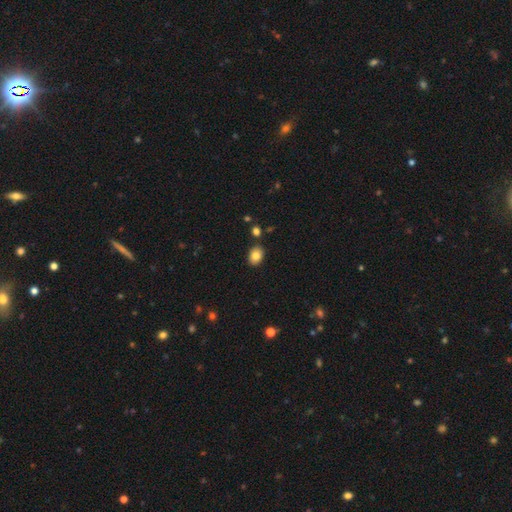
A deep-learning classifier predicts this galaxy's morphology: type=smooth (83%); roundness=in between (73%); merging=none (86%).